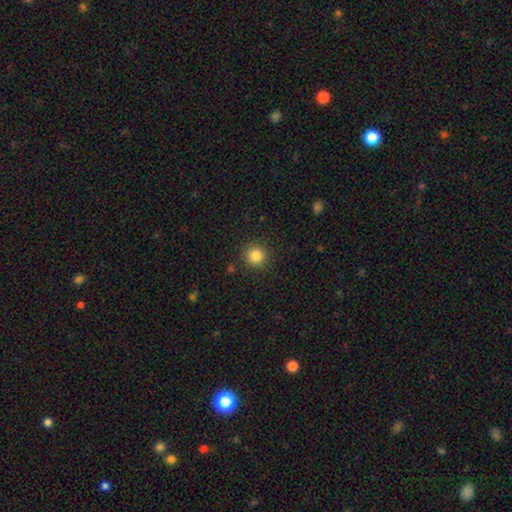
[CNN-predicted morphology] The model was most divided on "smooth or featured": smooth: 84%, star or artifact: 11%, featured or disk: 4%. More confident: how rounded — round (94%); merging — none (90%).